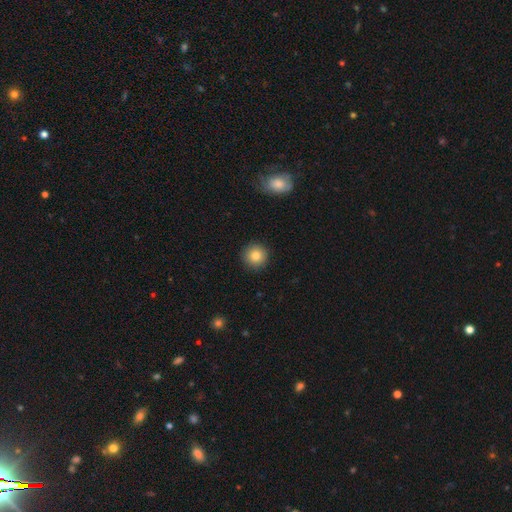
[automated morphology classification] This is clearly a smooth galaxy (82%). How rounded: clearly round (94%). Merging: clearly none (91%).